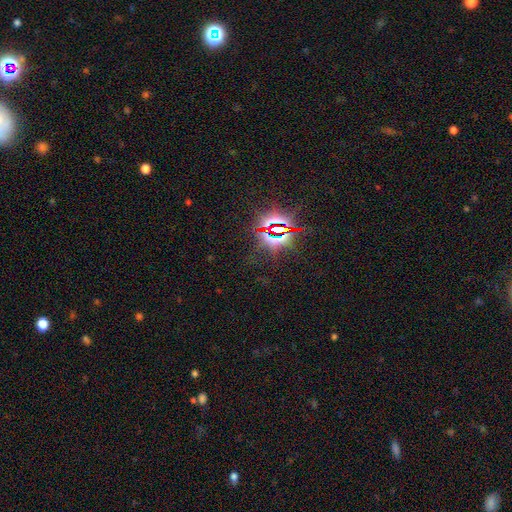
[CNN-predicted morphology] Smooth or featured? star or artifact (85%)